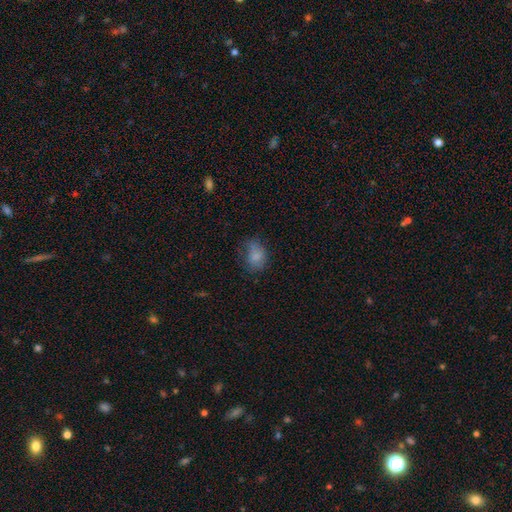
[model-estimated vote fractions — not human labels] smooth_or_featured: smooth (p=0.77) [alt: featured or disk p=0.12]
how_rounded: in between (p=0.64) [alt: round p=0.35]
merging: none (p=0.56) [alt: minor disturbance p=0.27]